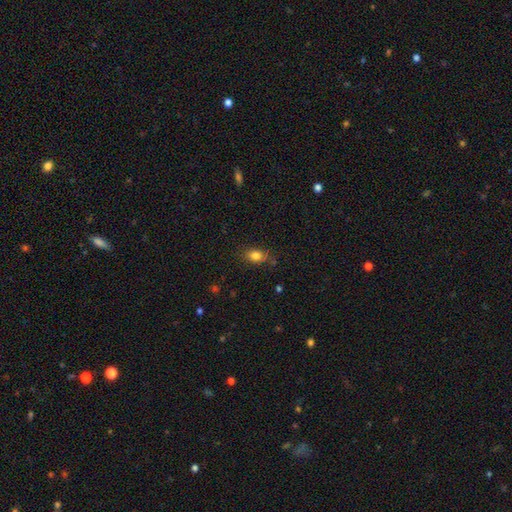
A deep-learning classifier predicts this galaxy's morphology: Smooth or featured? Predicted: smooth (p=0.81). How rounded? Predicted: in between (p=0.74). Merging? Predicted: none (p=0.76).